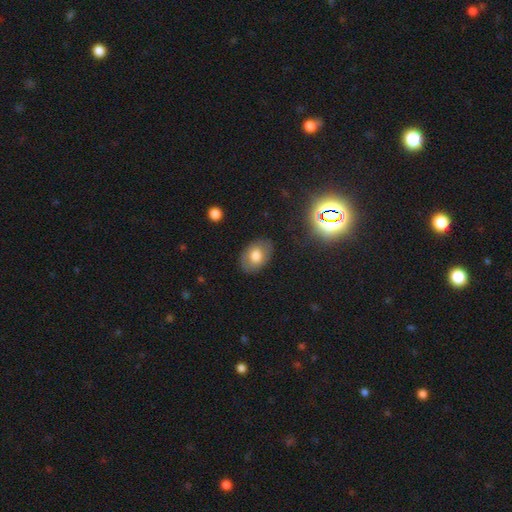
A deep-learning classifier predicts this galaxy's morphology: This is likely a smooth galaxy (71%). How rounded: clearly in between (82%). Merging: clearly none (83%).